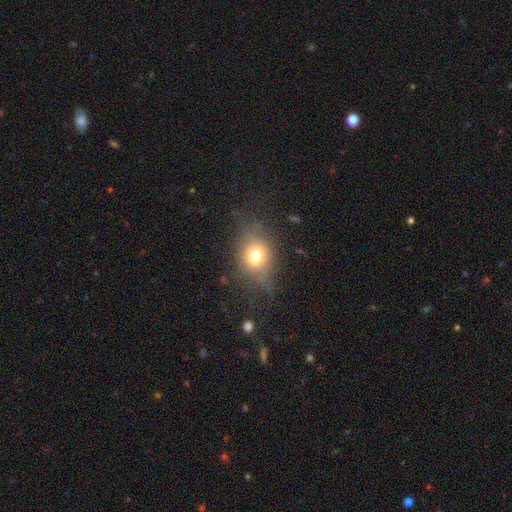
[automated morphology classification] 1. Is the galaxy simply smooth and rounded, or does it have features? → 65% smooth, 20% featured or disk, 14% star or artifact.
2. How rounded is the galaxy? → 52% in between, 46% round, 3% cigar-shaped.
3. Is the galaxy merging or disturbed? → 60% none, 22% minor disturbance, 15% major disturbance, 2% merger.